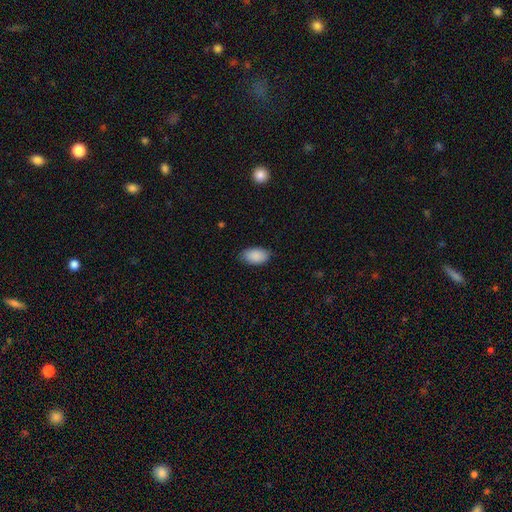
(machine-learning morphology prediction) The model was most divided on "merging": none: 83%, minor disturbance: 13%, major disturbance: 3%, merger: 1%. More confident: how rounded — in between (94%); smooth or featured — smooth (90%).